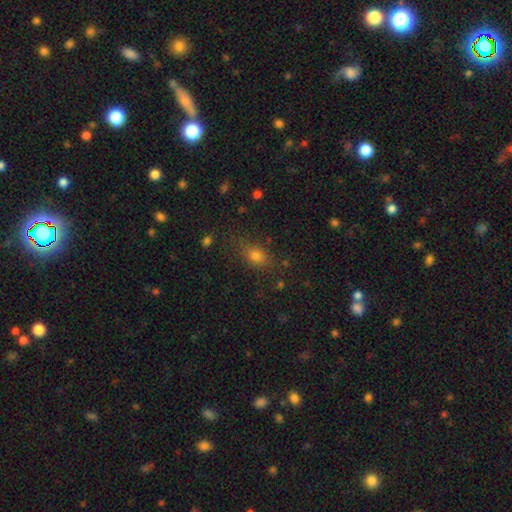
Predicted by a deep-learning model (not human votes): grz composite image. It shows a smooth galaxy with no disk features (73%) that is in between round and cigar-shaped (62%). Merging: none (76%).